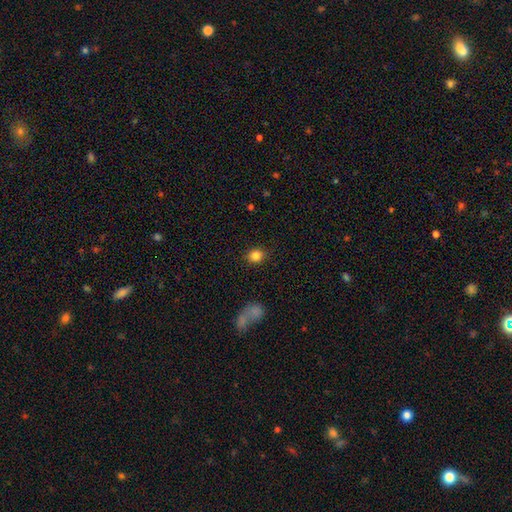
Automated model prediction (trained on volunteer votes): This is clearly a smooth galaxy (84%). How rounded: likely round (75%). Merging: clearly none (88%).